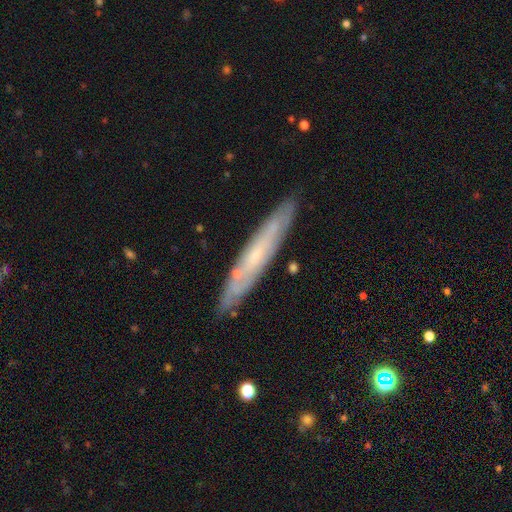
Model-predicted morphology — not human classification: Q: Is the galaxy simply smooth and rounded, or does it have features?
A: featured or disk — 60%.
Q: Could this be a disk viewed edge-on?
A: yes — 71%.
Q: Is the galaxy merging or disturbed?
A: none — 85%.